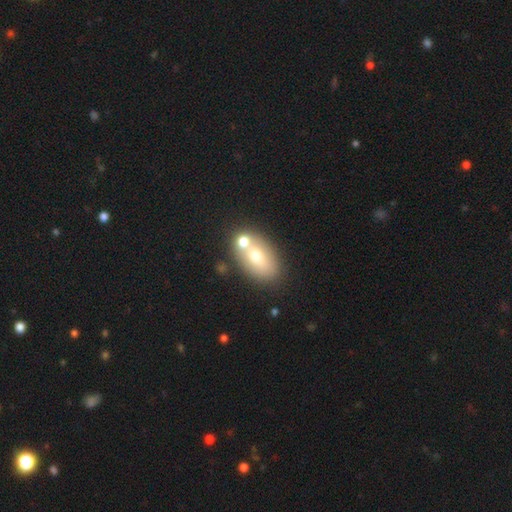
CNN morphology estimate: This appears to be a smooth galaxy with no disk features (62%) that is in between round and cigar-shaped (88%). Merging: none (56%).